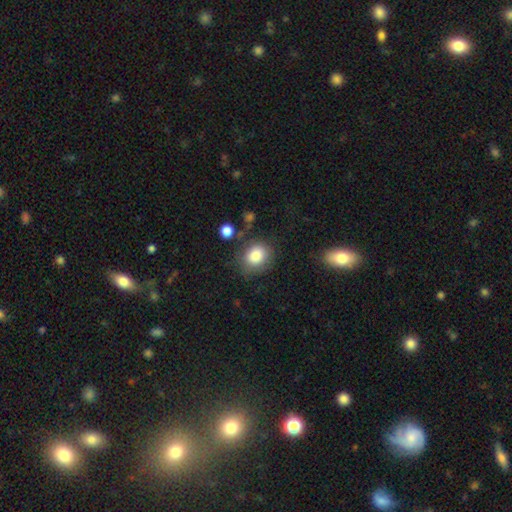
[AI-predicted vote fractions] Smooth or featured?
  - smooth: 84% *
  - star or artifact: 9%
  - featured or disk: 8%
How rounded?
  - round: 63% *
  - in between: 36%
  - cigar-shaped: 1%
Merging?
  - none: 73% *
  - minor disturbance: 17%
  - major disturbance: 7%
  - merger: 4%